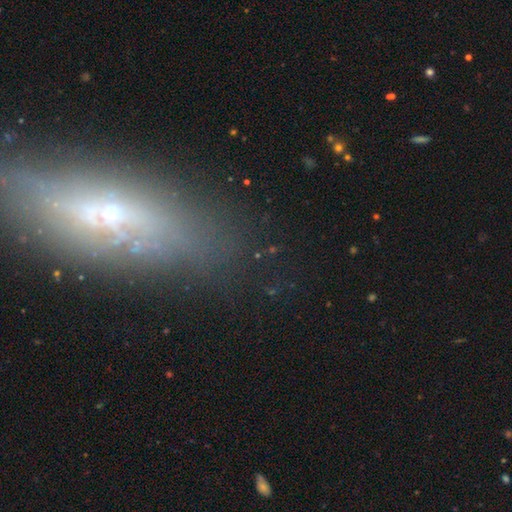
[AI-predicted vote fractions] smooth_or_featured: featured or disk (p=0.50) [alt: smooth p=0.29]
disk_edge_on: yes (p=0.54) [alt: no p=0.46]
merging: none (p=0.72) [alt: minor disturbance p=0.15]